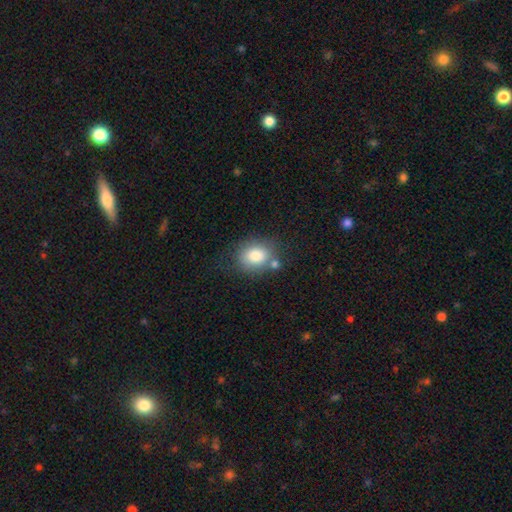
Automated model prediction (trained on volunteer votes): Overall: smooth (81%). How rounded: round (53%; in between 46%). Merging: none (60%).